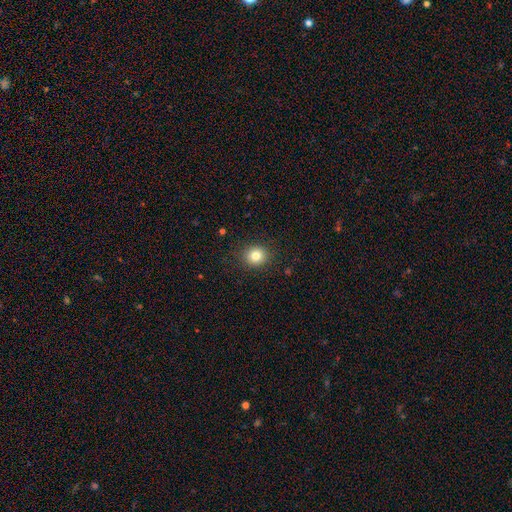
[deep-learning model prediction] A smooth galaxy with no disk features (82%) that is round (80%).

Vote fractions:
- Smooth or featured? smooth: 82% / star or artifact: 11% / featured or disk: 7%
- How rounded? round: 80% / in between: 19% / cigar-shaped: 1%
- Merging? none: 89% / minor disturbance: 7% / major disturbance: 2% / merger: 1%